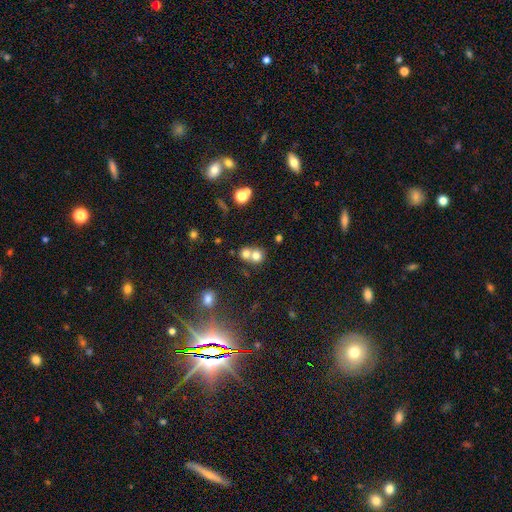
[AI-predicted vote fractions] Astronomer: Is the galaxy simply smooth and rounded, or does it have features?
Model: smooth — 73%.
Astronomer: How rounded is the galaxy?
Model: round — 83%.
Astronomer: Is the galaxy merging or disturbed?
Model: merger — 56% (runner-up: none, 36%).